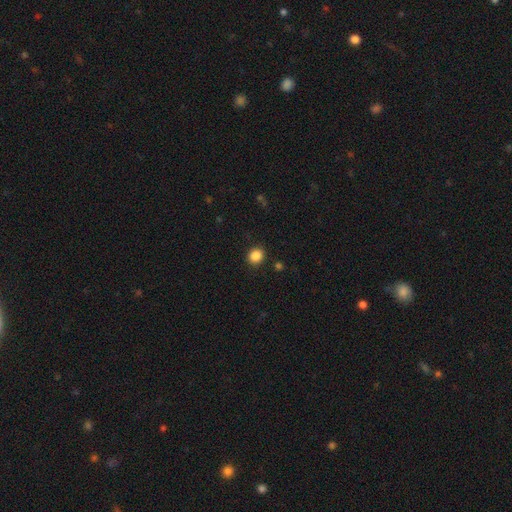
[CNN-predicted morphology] smooth-or-featured: smooth: 87% | star or artifact: 10% | featured or disk: 3%
  how-rounded: round: 73% | in between: 26% | cigar-shaped: 1%
  merging: none: 90% | minor disturbance: 7% | major disturbance: 2% | merger: 1%